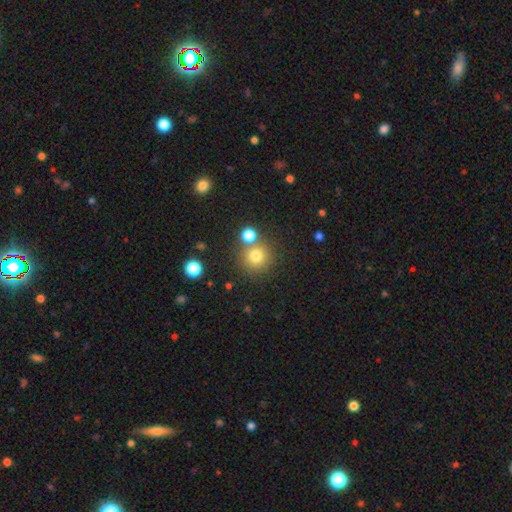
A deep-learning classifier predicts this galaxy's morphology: The model was most divided on "merging": none: 71%, merger: 18%, minor disturbance: 8%, major disturbance: 3%. More confident: how rounded — round (93%); smooth or featured — smooth (76%).